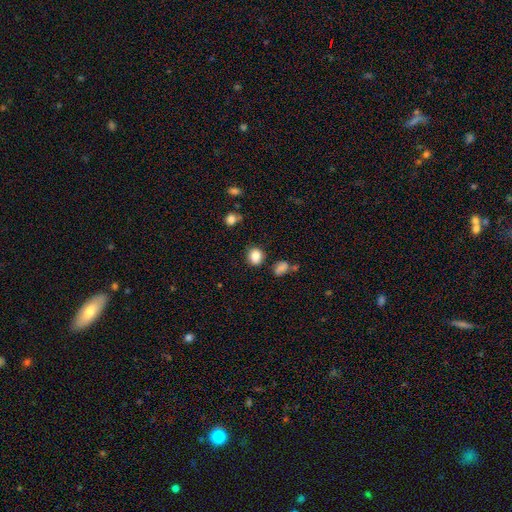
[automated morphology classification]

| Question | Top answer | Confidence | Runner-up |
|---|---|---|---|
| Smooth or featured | smooth | 84% | star or artifact (10%) |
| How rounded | round | 68% | in between (31%) |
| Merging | none | 80% | minor disturbance (13%) |